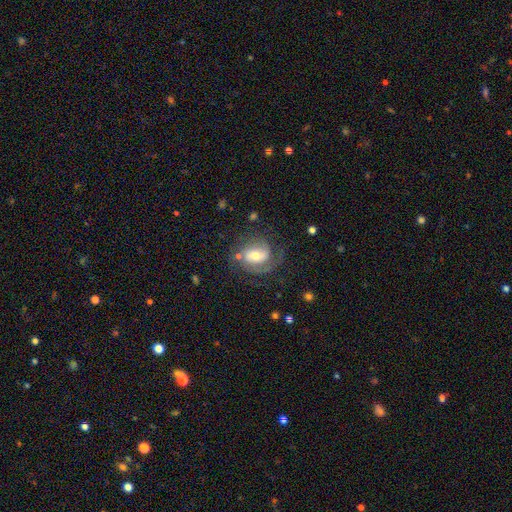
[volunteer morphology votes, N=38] Q: Smooth or featured?
A: featured or disk (79%); runner-up: smooth (18%)
Q: Edge-on disk?
A: no (100%)
Q: Bar?
A: weak (40%); runner-up: strong (33%)
Q: Spiral arms?
A: yes (97%); runner-up: no (3%)
Q: Spiral winding?
A: medium (48%); runner-up: tight (31%)
Q: Spiral arm count?
A: 2 (38%); runner-up: 3 (24%)
Q: Bulge size?
A: moderate (67%); runner-up: small (27%)
Q: Merging?
A: none (57%); runner-up: minor disturbance (22%)